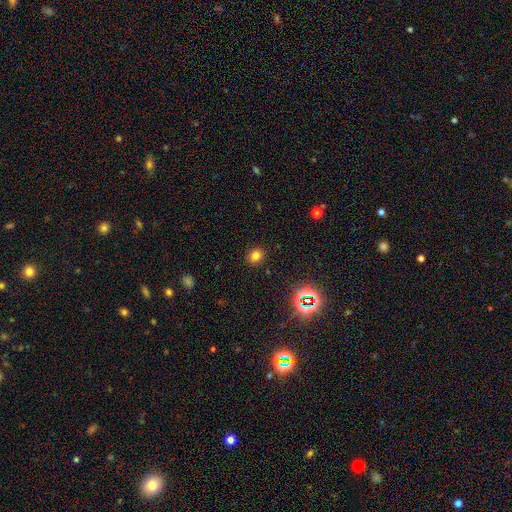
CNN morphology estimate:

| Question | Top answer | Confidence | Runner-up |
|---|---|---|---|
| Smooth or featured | smooth | 75% | star or artifact (18%) |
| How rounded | round | 77% | in between (22%) |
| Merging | none | 90% | minor disturbance (7%) |